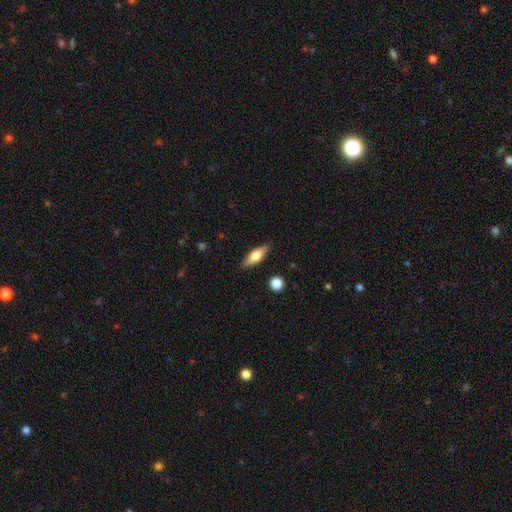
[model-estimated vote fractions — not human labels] smooth 60%, featured or disk 34%, star or artifact 7%. Down the decision tree: how rounded — in between (53%); merging — none (87%).